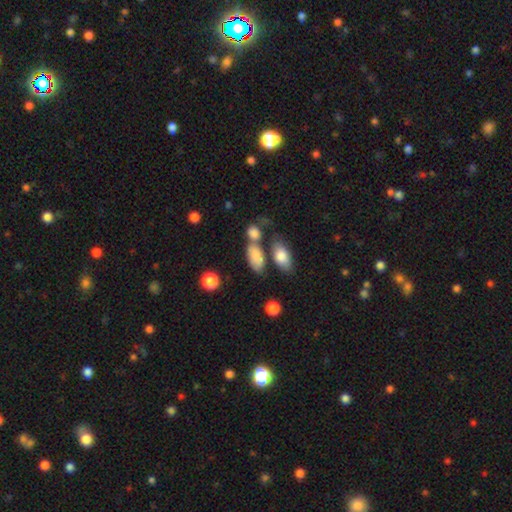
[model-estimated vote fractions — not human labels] smooth-or-featured: smooth: 80% | featured or disk: 12% | star or artifact: 8%
  how-rounded: in between: 88% | round: 7% | cigar-shaped: 5%
  merging: none: 45% | merger: 30% | minor disturbance: 17% | major disturbance: 8%